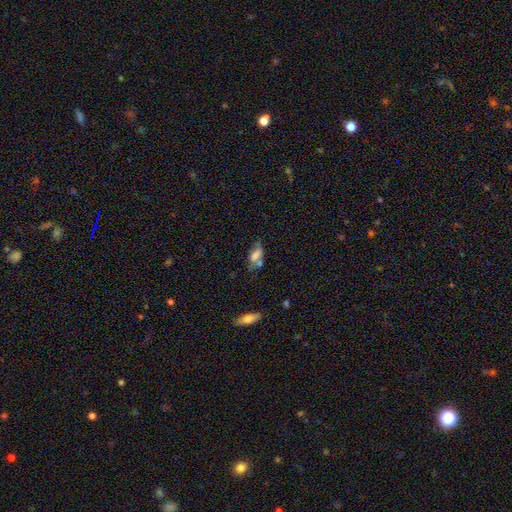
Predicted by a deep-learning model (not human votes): Smooth or featured? smooth (67%)
How rounded? in between (79%)
Merging? none (39%)